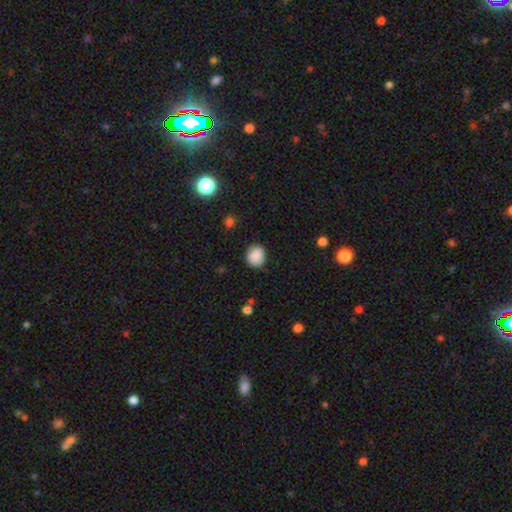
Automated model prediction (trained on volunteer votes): smooth-or-featured: smooth: 88% | star or artifact: 9% | featured or disk: 3%
  how-rounded: round: 78% | in between: 22% | cigar-shaped: 1%
  merging: none: 86% | minor disturbance: 10% | major disturbance: 3% | merger: 1%